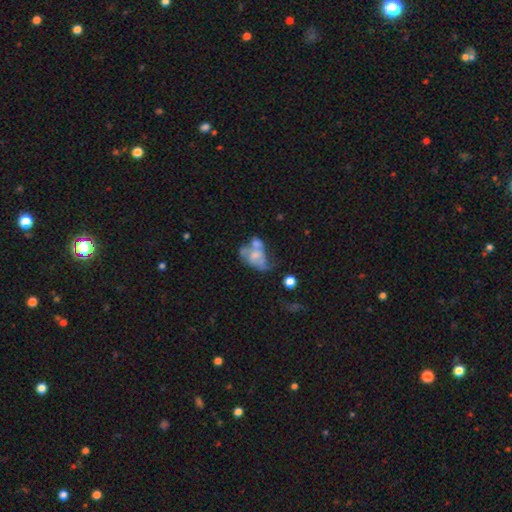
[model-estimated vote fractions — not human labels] This appears to be a featured or disk galaxy (52%) with no bar (80%), no spiral arms (71%) and a small central bulge (38%). Merging: merger (44%).